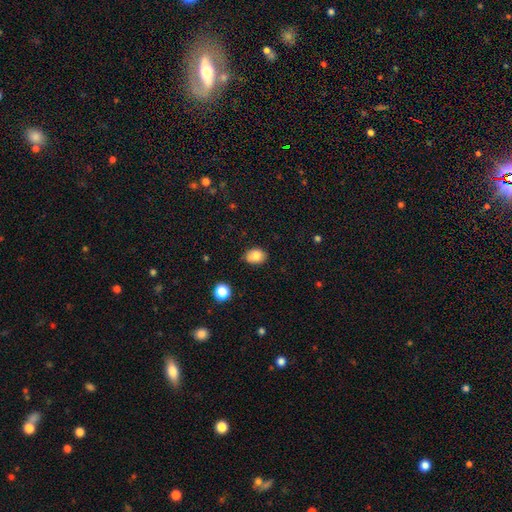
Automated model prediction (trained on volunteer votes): Smooth or featured? Predicted: smooth (p=0.82). How rounded? Predicted: in between (p=0.65). Merging? Predicted: none (p=0.72).